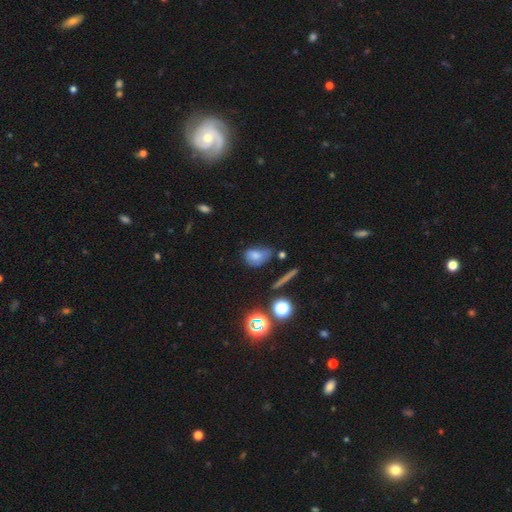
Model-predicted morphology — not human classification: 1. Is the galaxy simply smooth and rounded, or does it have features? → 71% smooth, 15% featured or disk, 14% star or artifact.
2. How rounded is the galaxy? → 78% in between, 19% round, 3% cigar-shaped.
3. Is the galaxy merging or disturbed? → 39% none, 37% minor disturbance, 17% major disturbance, 7% merger.